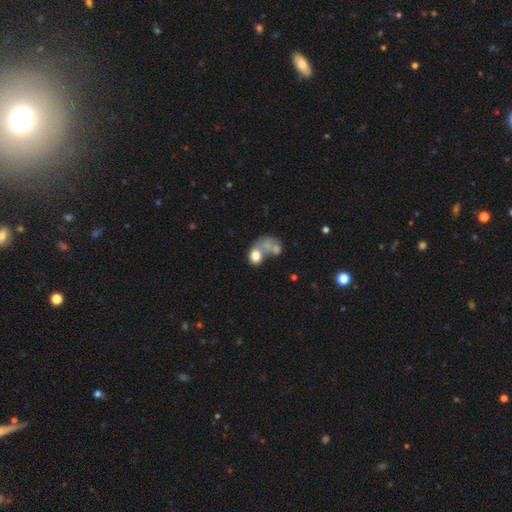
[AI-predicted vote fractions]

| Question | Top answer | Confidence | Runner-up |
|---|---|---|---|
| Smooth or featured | smooth | 69% | featured or disk (21%) |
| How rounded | in between | 61% | round (38%) |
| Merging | merger | 60% | none (18%) |